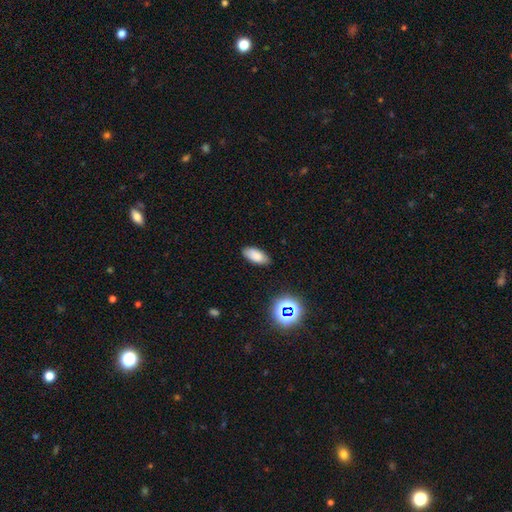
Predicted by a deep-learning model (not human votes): This is clearly a smooth galaxy (82%). How rounded: clearly in between (89%). Merging: clearly none (85%).